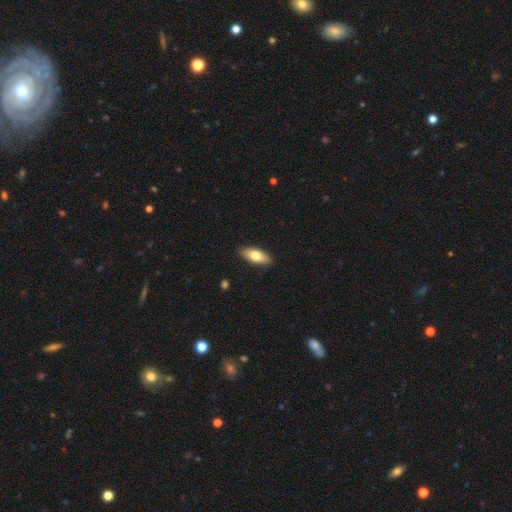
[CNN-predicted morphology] Smooth or featured?
  - smooth: 72% *
  - featured or disk: 22%
  - star or artifact: 6%
How rounded?
  - in between: 78% *
  - cigar-shaped: 19%
  - round: 3%
Merging?
  - none: 88% *
  - minor disturbance: 9%
  - major disturbance: 2%
  - merger: 1%